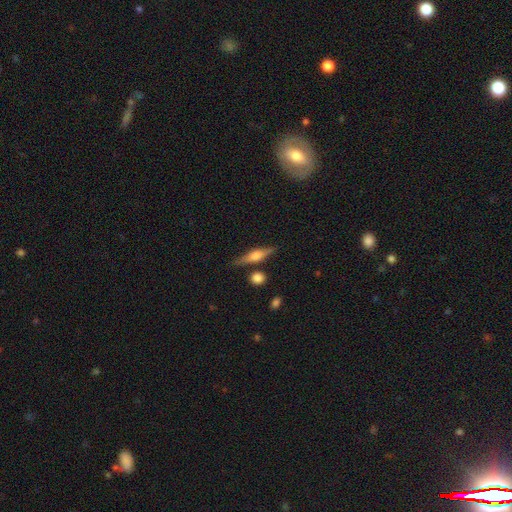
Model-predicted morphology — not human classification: Smooth or featured?
  - featured or disk: 63% *
  - smooth: 29%
  - star or artifact: 7%
Edge-on disk?
  - yes: 96% *
  - no: 4%
Edge-on bulge?
  - rounded: 81% *
  - boxy: 15%
  - none: 3%
Merging?
  - none: 81% *
  - minor disturbance: 11%
  - merger: 5%
  - major disturbance: 3%